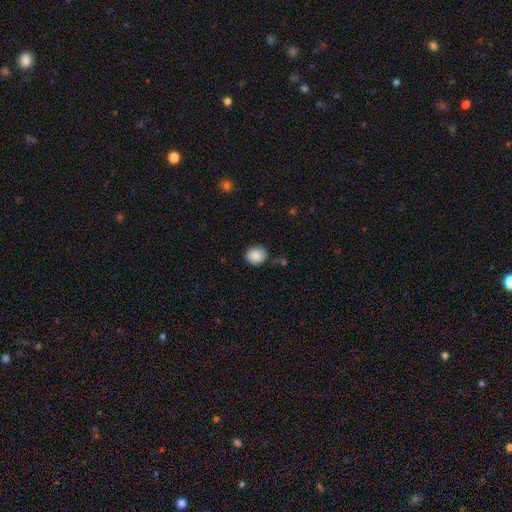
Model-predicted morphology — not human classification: The model was most divided on "how rounded": round: 70%, in between: 29%, cigar-shaped: 1%. More confident: smooth or featured — smooth (86%); merging — none (76%).